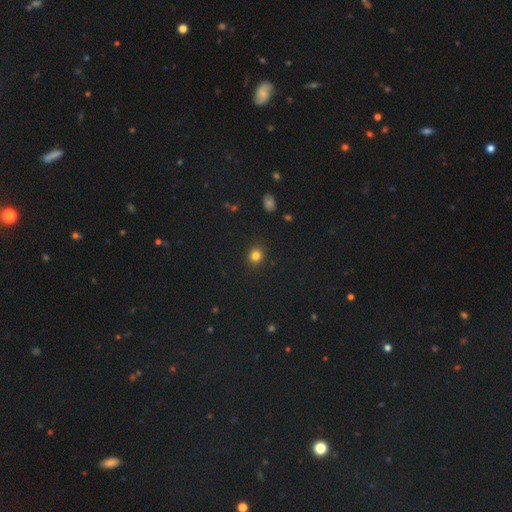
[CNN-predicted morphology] Overall: smooth (82%). How rounded: round (80%). Merging: none (90%).